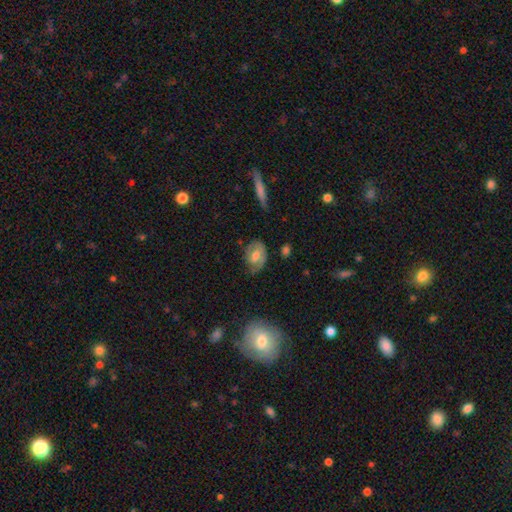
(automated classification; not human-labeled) The model was most divided on "smooth or featured": featured or disk: 52%, smooth: 41%, star or artifact: 7%. More confident: edge-on disk — no (94%); merging — none (57%).